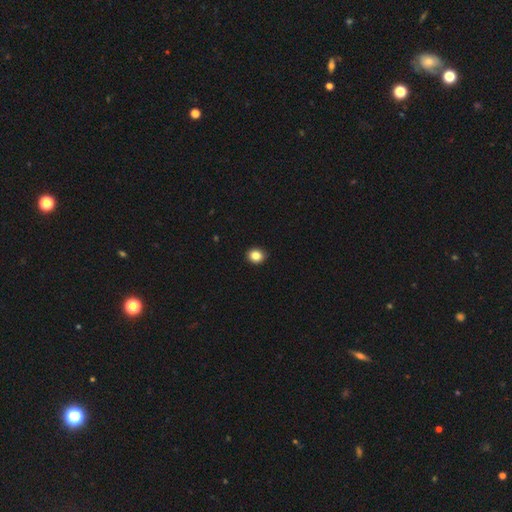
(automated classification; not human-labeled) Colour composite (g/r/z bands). It shows a smooth galaxy with no disk features (85%) that is round (74%). Merging: none (91%).